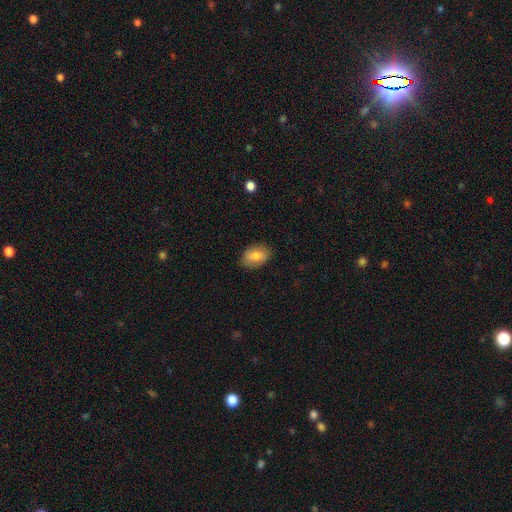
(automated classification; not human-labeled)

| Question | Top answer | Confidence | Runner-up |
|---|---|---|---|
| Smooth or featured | smooth | 78% | featured or disk (15%) |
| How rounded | in between | 85% | round (14%) |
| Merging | none | 85% | minor disturbance (12%) |